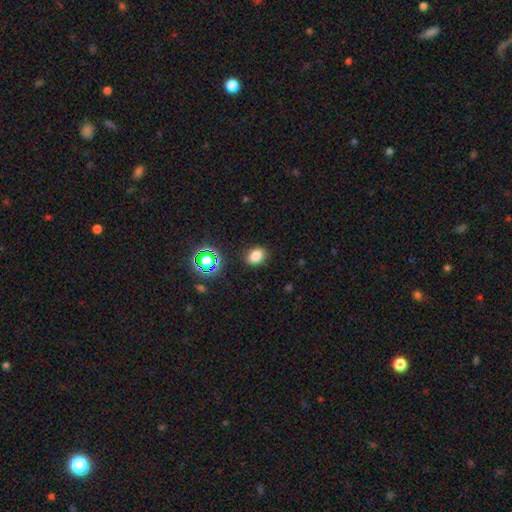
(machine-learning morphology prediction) The model was most divided on "how rounded": in between: 67%, round: 31%, cigar-shaped: 1%. More confident: merging — none (86%); smooth or featured — smooth (79%).